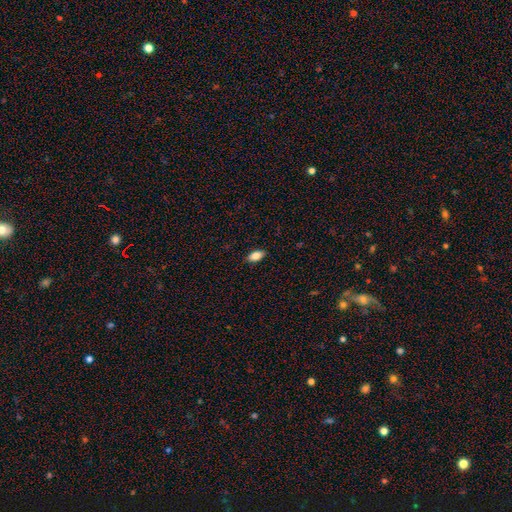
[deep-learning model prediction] smooth_or_featured: smooth (p=0.84) [alt: star or artifact p=0.08]
how_rounded: in between (p=0.90) [alt: cigar-shaped p=0.06]
merging: none (p=0.88) [alt: minor disturbance p=0.09]